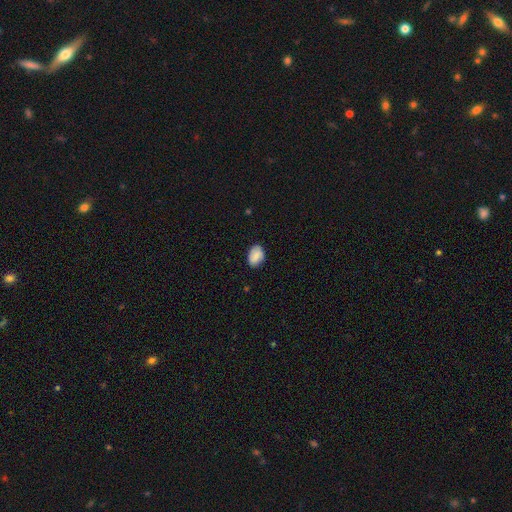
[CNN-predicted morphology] Smooth or featured: smooth — 83% (featured or disk — 9%)
How rounded: in between — 80% (round — 18%)
Merging: none — 81% (minor disturbance — 15%)